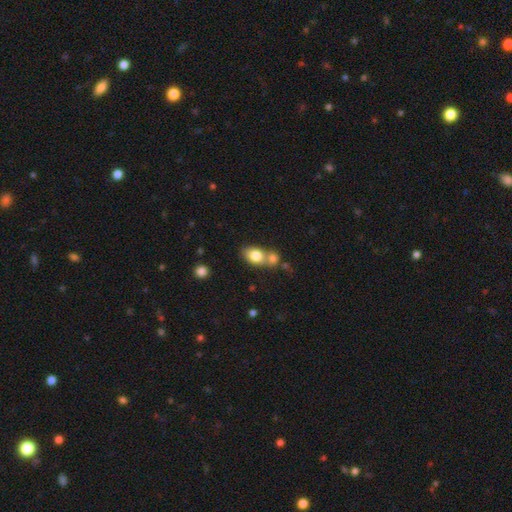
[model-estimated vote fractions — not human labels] Q: Smooth or featured?
A: smooth (79%); runner-up: featured or disk (12%)
Q: How rounded?
A: in between (70%); runner-up: round (28%)
Q: Merging?
A: merger (49%); runner-up: none (37%)